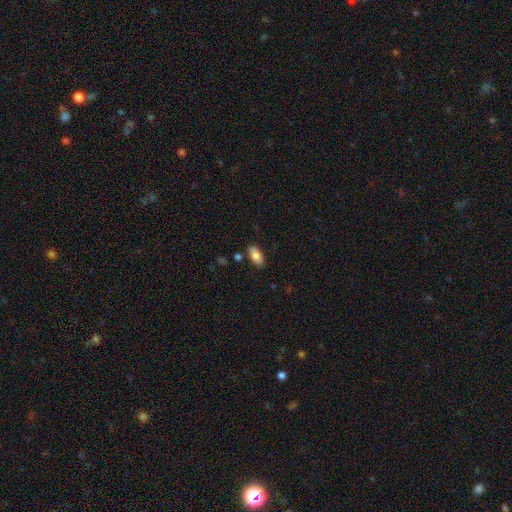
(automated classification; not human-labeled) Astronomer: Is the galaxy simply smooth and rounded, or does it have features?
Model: smooth — 81%.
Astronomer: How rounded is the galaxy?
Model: in between — 94%.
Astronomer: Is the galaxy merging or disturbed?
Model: none — 84%.